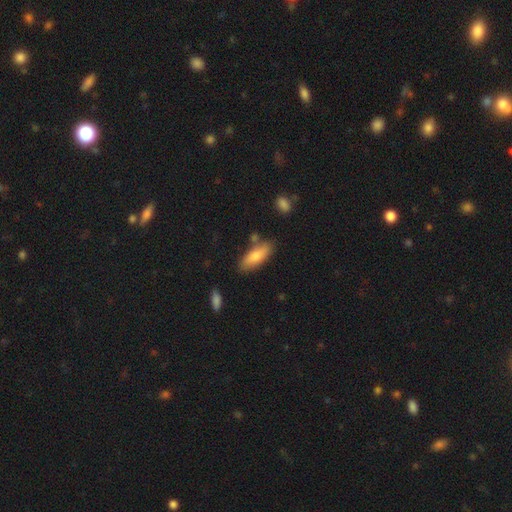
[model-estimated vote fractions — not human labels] smooth-or-featured: smooth: 75% | featured or disk: 19% | star or artifact: 6%
  how-rounded: in between: 65% | cigar-shaped: 33% | round: 2%
  merging: none: 76% | minor disturbance: 15% | merger: 6% | major disturbance: 3%